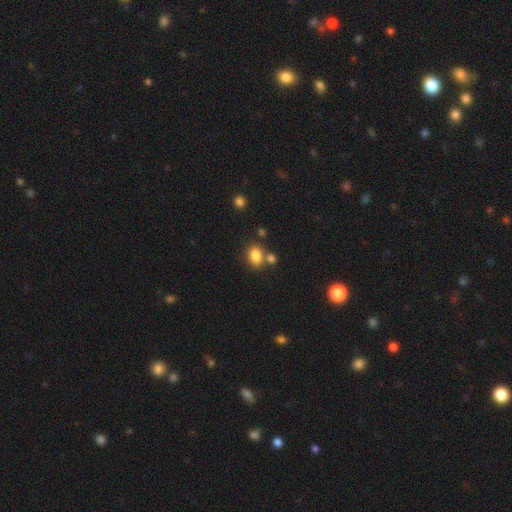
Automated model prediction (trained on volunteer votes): Smooth or featured? Predicted: smooth (p=0.83). How rounded? Predicted: in between (p=0.63). Merging? Predicted: none (p=0.61).